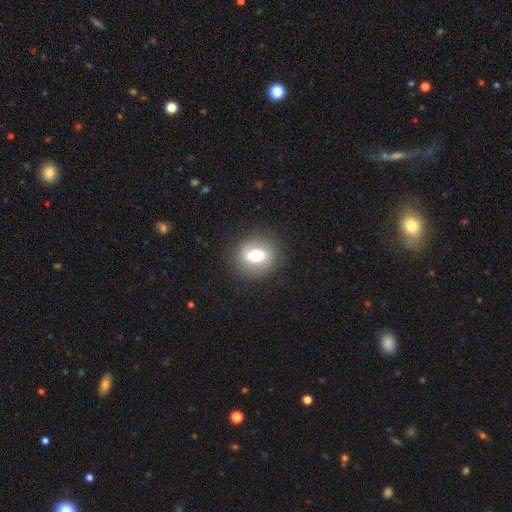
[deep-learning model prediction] A smooth galaxy with no disk features (56%) that is round (70%). Merging: none (85%).